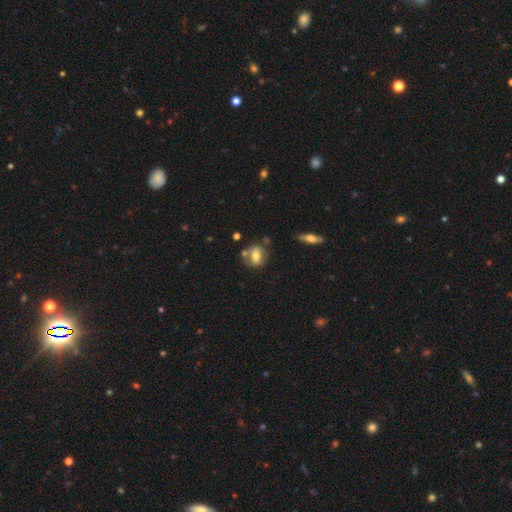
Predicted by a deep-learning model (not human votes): Morphology: type=smooth (57%); roundness=in between (62%); merging=none (60%).